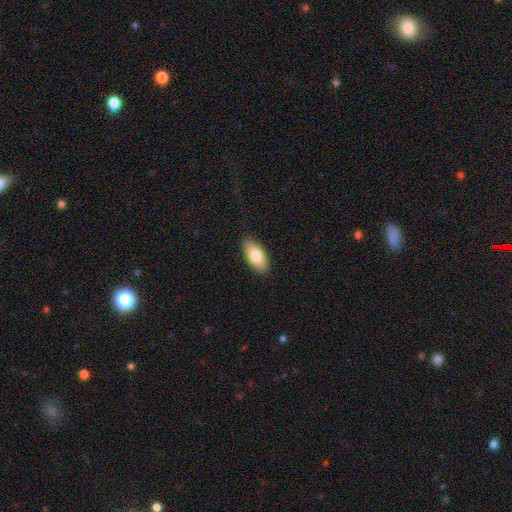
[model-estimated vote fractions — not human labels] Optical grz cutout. It shows a smooth galaxy with no disk features (80%) that is in between round and cigar-shaped (91%). Merging: none (89%).